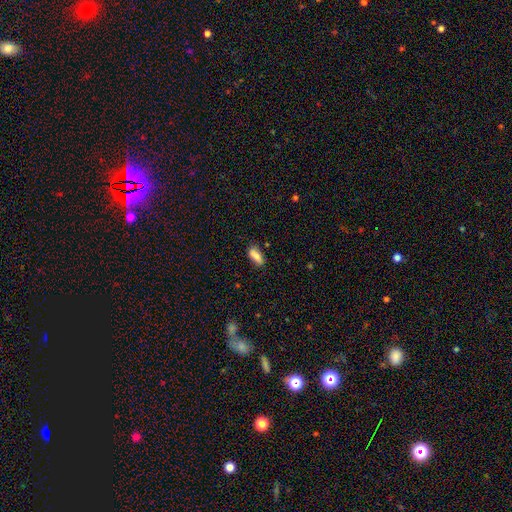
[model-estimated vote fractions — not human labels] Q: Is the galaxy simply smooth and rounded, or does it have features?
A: smooth — 83%.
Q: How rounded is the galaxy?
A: in between — 74%.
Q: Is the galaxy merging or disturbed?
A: none — 78%.